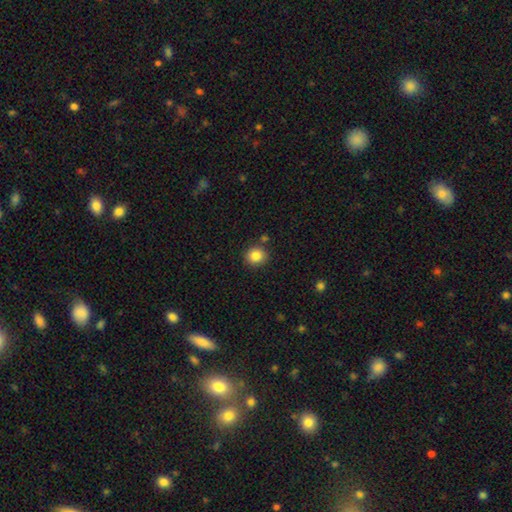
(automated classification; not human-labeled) Smooth or featured? Predicted: smooth (p=0.85). How rounded? Predicted: round (p=0.83). Merging? Predicted: none (p=0.85).